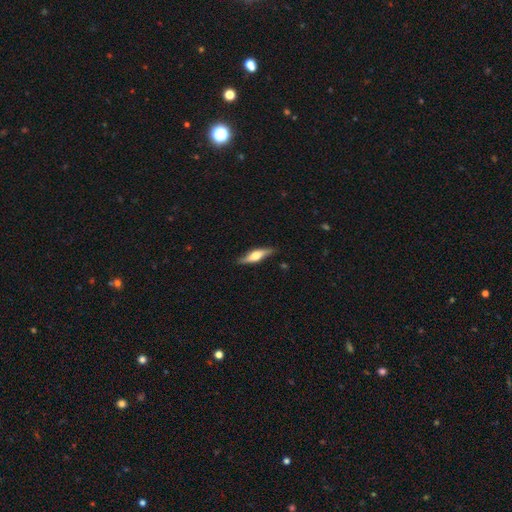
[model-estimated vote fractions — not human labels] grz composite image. It shows a featured or disk galaxy (58%) viewed edge-on (93%) with a rounded central bulge (92%). Merging: none (85%).